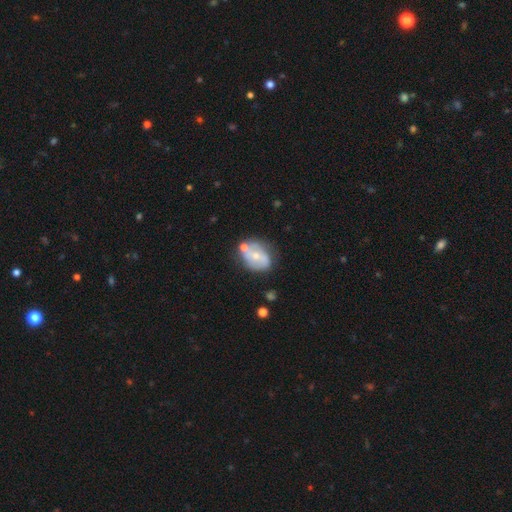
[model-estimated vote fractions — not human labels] Smooth or featured: featured or disk — 54% (smooth — 38%)
Edge-on disk: no — 96% (yes — 4%)
Bar: no — 61% (weak — 29%)
Spiral arms: yes — 51% (no — 49%)
Bulge size: small — 53% (moderate — 43%)
Merging: none — 53% (minor disturbance — 23%)